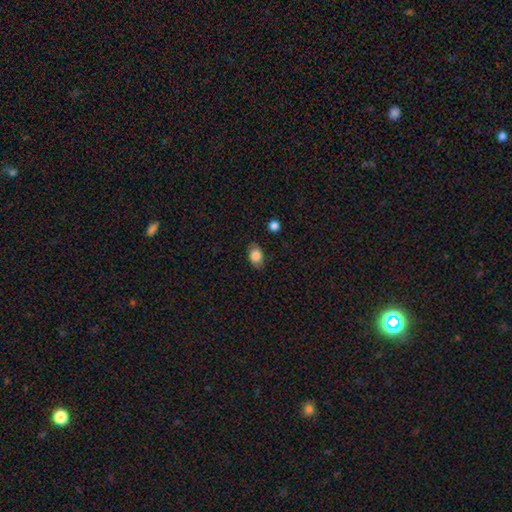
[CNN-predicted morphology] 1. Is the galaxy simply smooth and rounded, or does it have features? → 84% smooth, 8% star or artifact, 8% featured or disk.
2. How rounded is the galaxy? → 80% in between, 18% round, 2% cigar-shaped.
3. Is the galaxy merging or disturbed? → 80% none, 15% minor disturbance, 4% major disturbance, 2% merger.